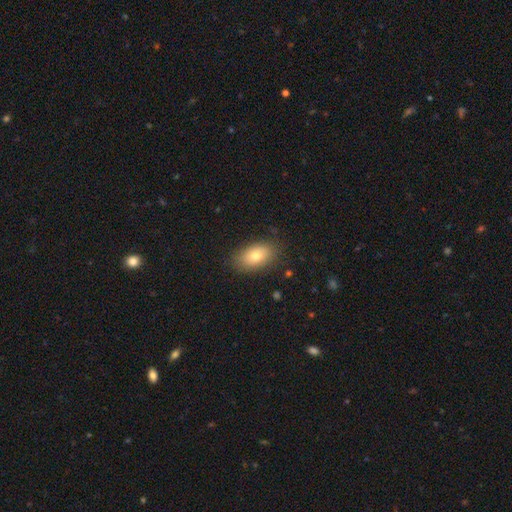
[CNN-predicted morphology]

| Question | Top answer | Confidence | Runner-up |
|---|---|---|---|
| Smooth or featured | smooth | 78% | featured or disk (14%) |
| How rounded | in between | 90% | round (7%) |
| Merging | none | 84% | minor disturbance (12%) |